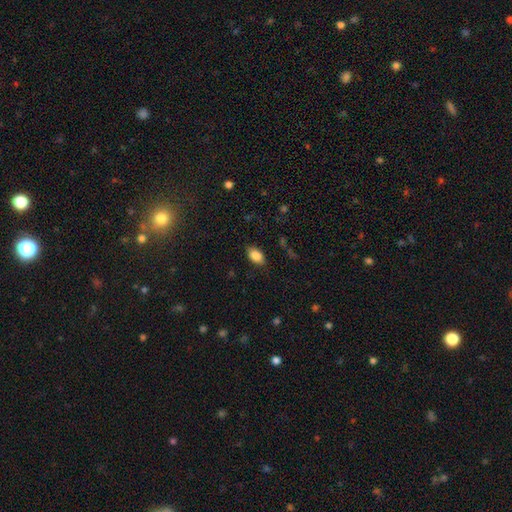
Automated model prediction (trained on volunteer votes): Morphology: type=smooth (86%); roundness=in between (91%); merging=none (83%).